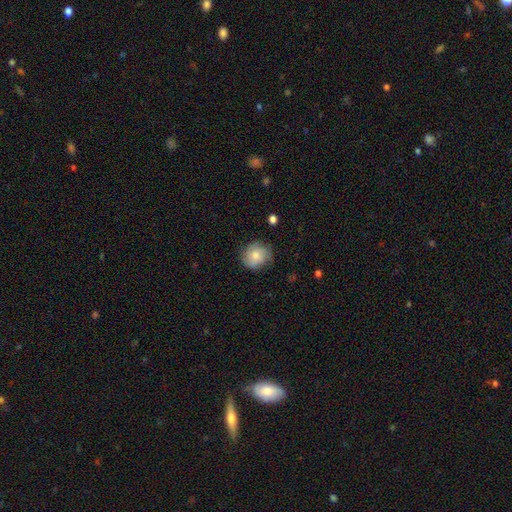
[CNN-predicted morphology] Smooth or featured?
  - smooth: 71% *
  - featured or disk: 21%
  - star or artifact: 8%
How rounded?
  - round: 82% *
  - in between: 17%
  - cigar-shaped: 1%
Merging?
  - none: 71% *
  - minor disturbance: 22%
  - major disturbance: 6%
  - merger: 1%